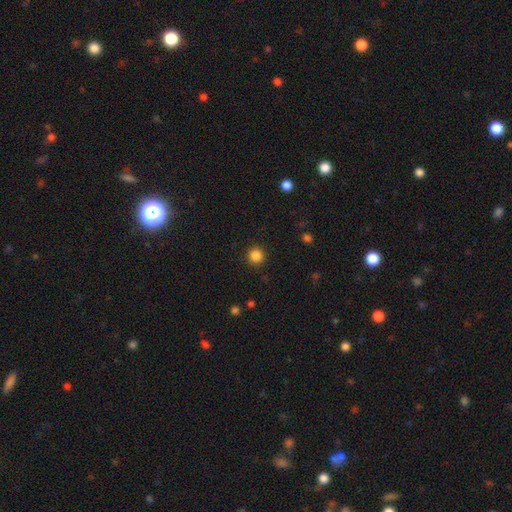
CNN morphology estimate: smooth 86%, star or artifact 11%, featured or disk 3%. Down the decision tree: how rounded — round (94%); merging — none (92%).